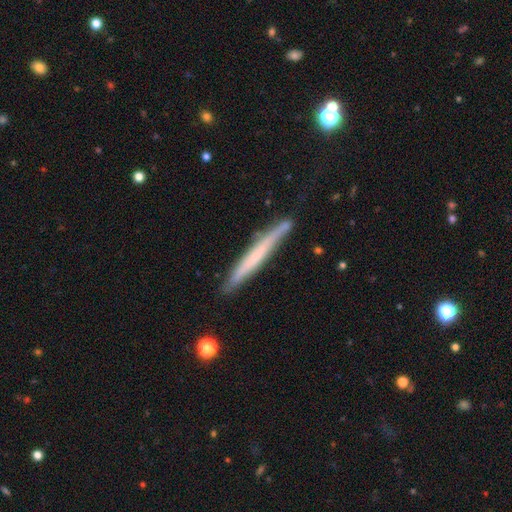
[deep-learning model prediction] The model was most divided on "smooth or featured": smooth: 47%, featured or disk: 46%, star or artifact: 6%. More confident: merging — none (86%).